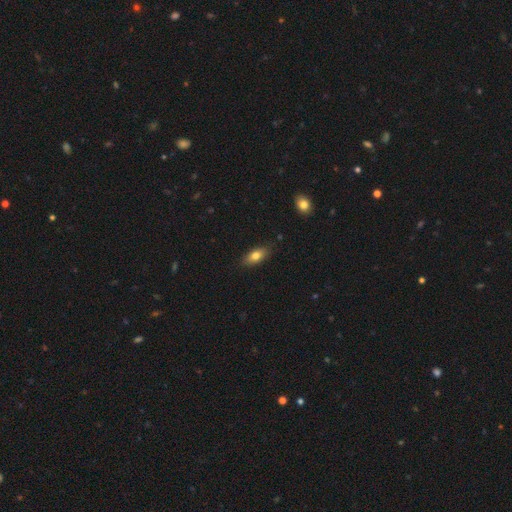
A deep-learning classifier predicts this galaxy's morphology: Smooth or featured: smooth — 77% (featured or disk — 16%)
How rounded: in between — 83% (cigar-shaped — 13%)
Merging: none — 84% (minor disturbance — 13%)